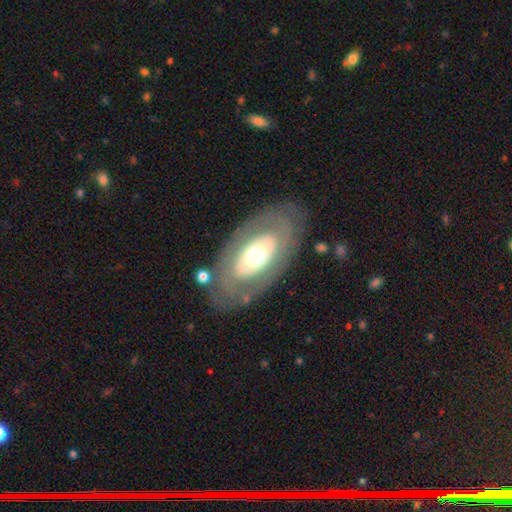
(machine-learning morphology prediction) This appears to be a featured or disk galaxy (60%) with no bar (87%), no spiral arms (86%) and a moderate central bulge (59%). Merging: none (78%).